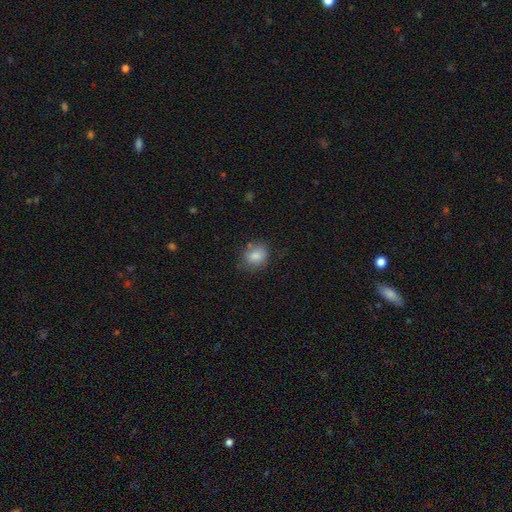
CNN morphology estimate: This is clearly a smooth galaxy (82%). How rounded: possibly round (58%). Merging: likely none (69%).